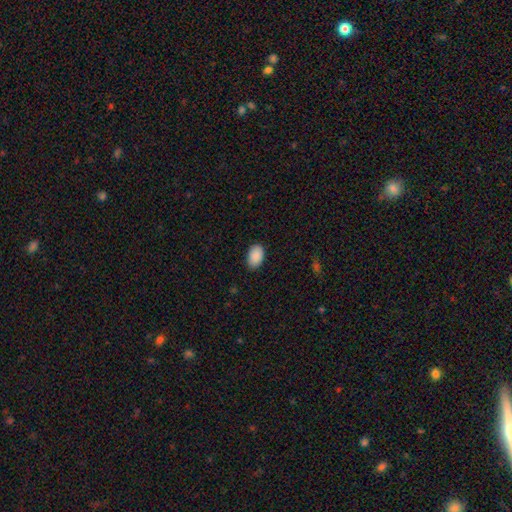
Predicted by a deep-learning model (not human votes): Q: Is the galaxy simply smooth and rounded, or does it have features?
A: smooth — 91%.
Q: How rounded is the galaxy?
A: in between — 91%.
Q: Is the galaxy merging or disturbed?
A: none — 85%.